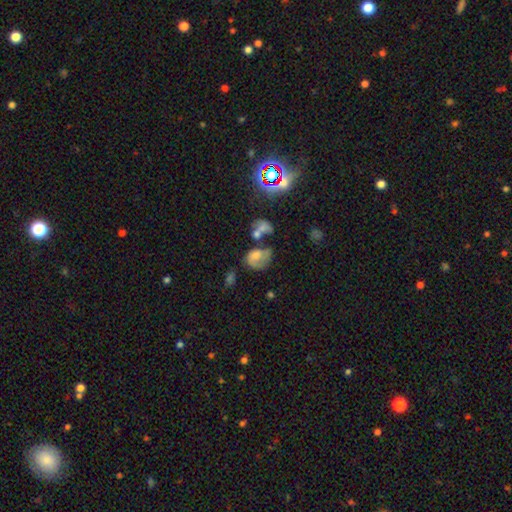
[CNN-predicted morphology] Overall: smooth (48%; featured or disk 36%). Merging: merger (31%; major disturbance 26%).